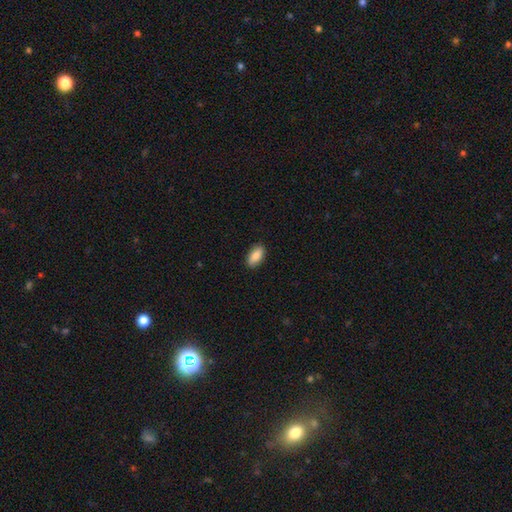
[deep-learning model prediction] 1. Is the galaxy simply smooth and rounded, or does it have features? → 87% smooth, 6% star or artifact, 6% featured or disk.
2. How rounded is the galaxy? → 91% in between, 6% cigar-shaped, 3% round.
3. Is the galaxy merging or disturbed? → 89% none, 8% minor disturbance, 2% major disturbance, 1% merger.